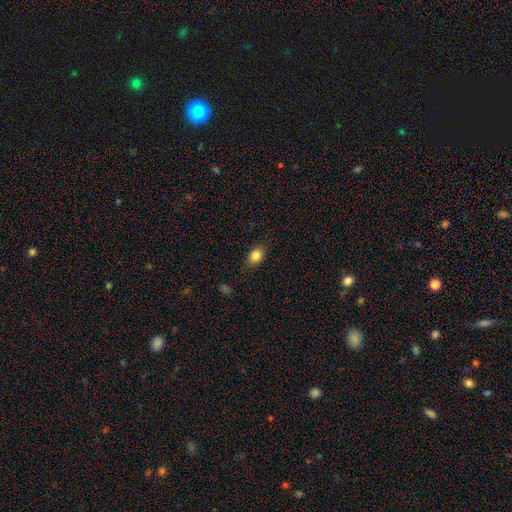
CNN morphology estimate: This appears to be a smooth galaxy with no disk features (84%) that is in between round and cigar-shaped (72%). Merging: none (83%).